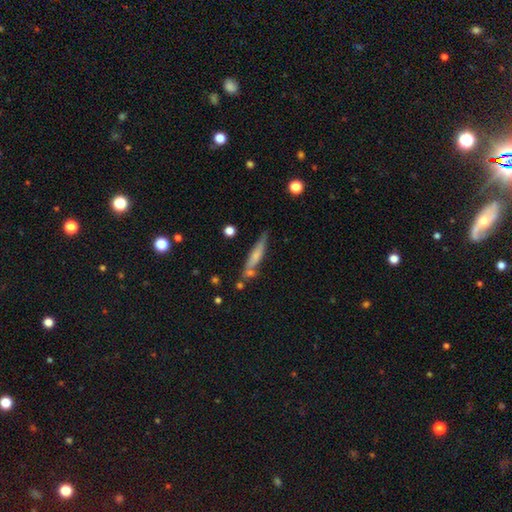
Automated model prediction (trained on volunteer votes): The model was most divided on "smooth or featured": smooth: 57%, featured or disk: 37%, star or artifact: 7%. More confident: how rounded — cigar-shaped (88%); merging — none (67%).